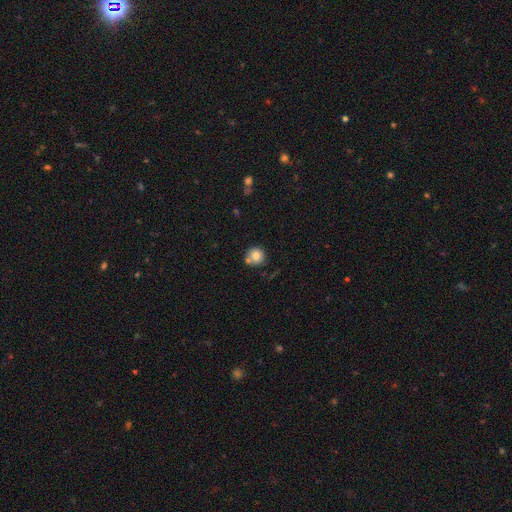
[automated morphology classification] Smooth or featured?
  - smooth: 79% *
  - featured or disk: 11%
  - star or artifact: 9%
How rounded?
  - round: 93% *
  - in between: 6%
  - cigar-shaped: 1%
Merging?
  - none: 68% *
  - merger: 17%
  - minor disturbance: 12%
  - major disturbance: 3%